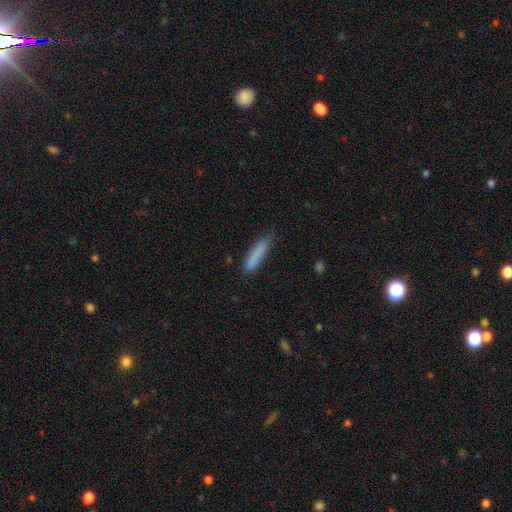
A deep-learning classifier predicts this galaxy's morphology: A smooth galaxy with no disk features (84%) that is cigar-shaped (85%).

Vote fractions:
- Smooth or featured? smooth: 84% / featured or disk: 9% / star or artifact: 7%
- How rounded? cigar-shaped: 85% / in between: 14% / round: 1%
- Merging? none: 76% / minor disturbance: 19% / major disturbance: 4% / merger: 2%